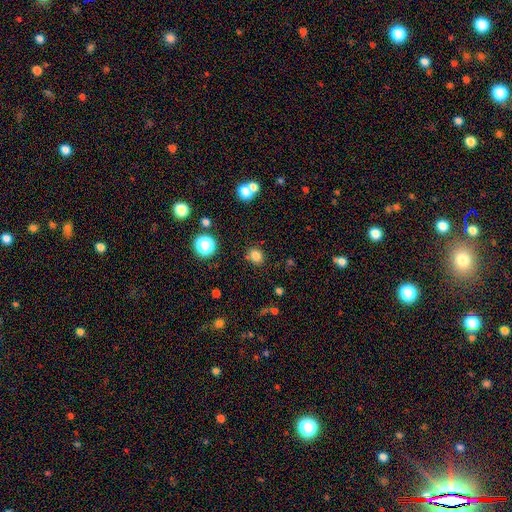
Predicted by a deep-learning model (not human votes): A smooth galaxy with no disk features (80%) that is round (71%). Merging: none (81%).